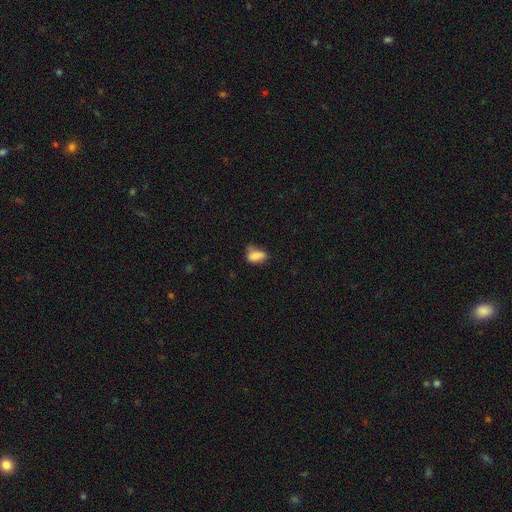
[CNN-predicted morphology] Smooth or featured? smooth (82%)
How rounded? in between (87%)
Merging? none (45%)